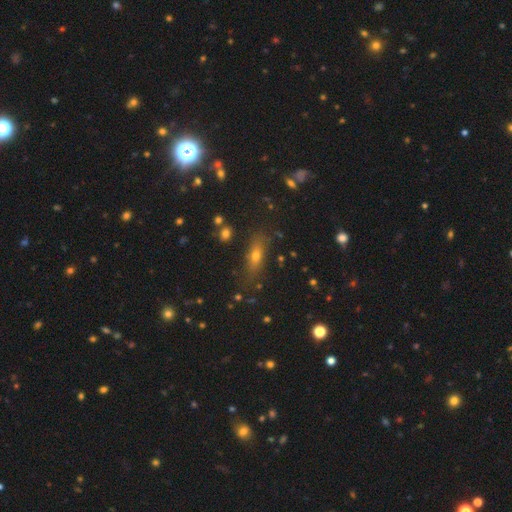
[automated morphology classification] A smooth galaxy with no disk features (59%) that is in between round and cigar-shaped (49%).

Vote fractions:
- Smooth or featured? smooth: 59% / featured or disk: 22% / star or artifact: 18%
- How rounded? in between: 49% / cigar-shaped: 42% / round: 9%
- Merging? none: 79% / minor disturbance: 13% / major disturbance: 4% / merger: 4%